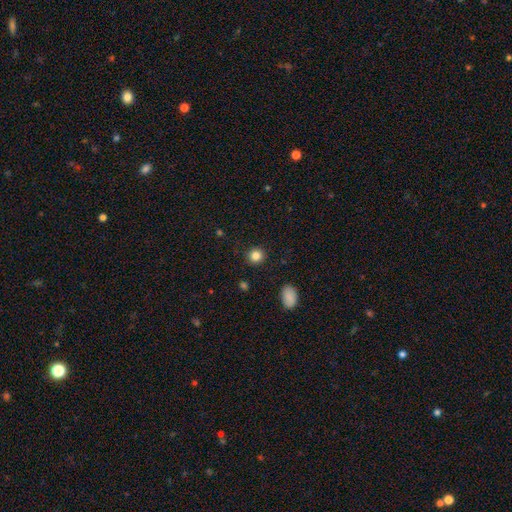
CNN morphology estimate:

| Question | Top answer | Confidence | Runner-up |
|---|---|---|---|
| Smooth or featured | smooth | 84% | star or artifact (11%) |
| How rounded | round | 89% | in between (10%) |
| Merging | none | 91% | minor disturbance (6%) |